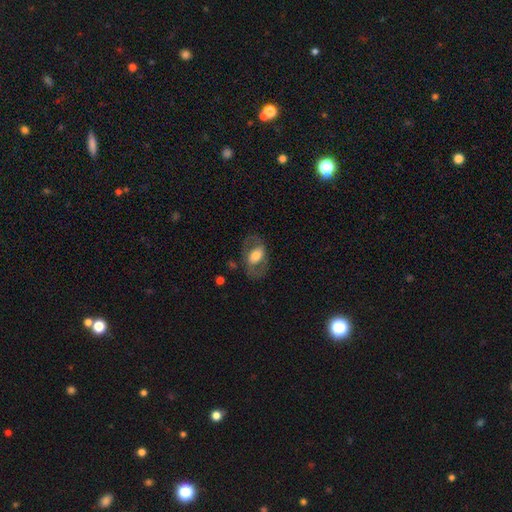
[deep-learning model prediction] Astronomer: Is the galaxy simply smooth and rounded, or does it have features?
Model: featured or disk — 50% (runner-up: smooth, 43%).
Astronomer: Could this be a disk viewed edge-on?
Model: no — 91%.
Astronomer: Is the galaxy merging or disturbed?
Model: none — 69%.